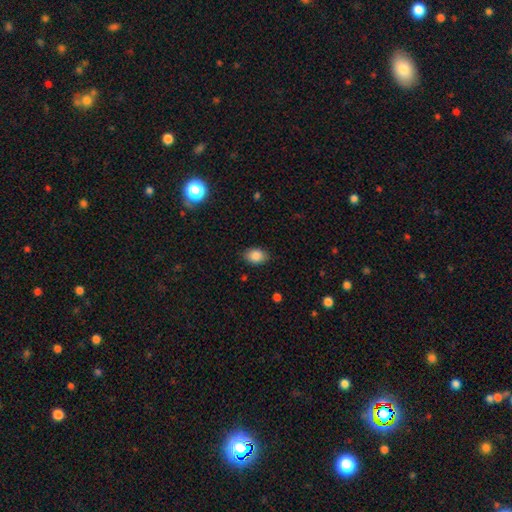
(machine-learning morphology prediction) The model was most divided on "how rounded": in between: 80%, round: 19%, cigar-shaped: 1%. More confident: smooth or featured — smooth (88%); merging — none (85%).